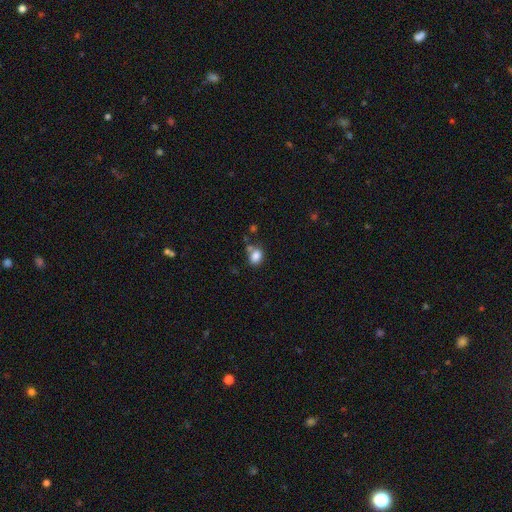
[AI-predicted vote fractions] Morphology: type=smooth (84%); roundness=in between (65%); merging=none (60%).